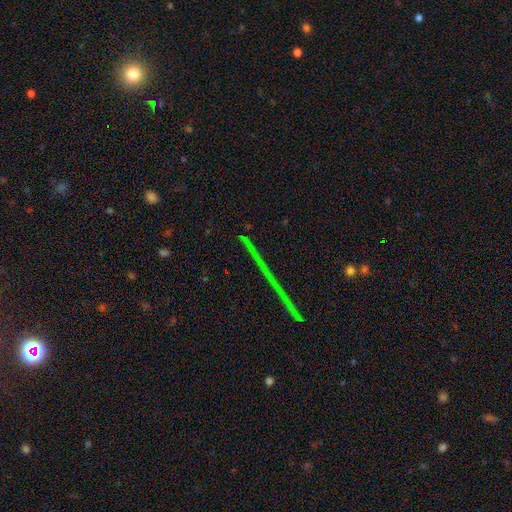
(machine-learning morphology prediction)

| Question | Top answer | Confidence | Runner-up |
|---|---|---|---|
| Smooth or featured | star or artifact | 55% | featured or disk (31%) |